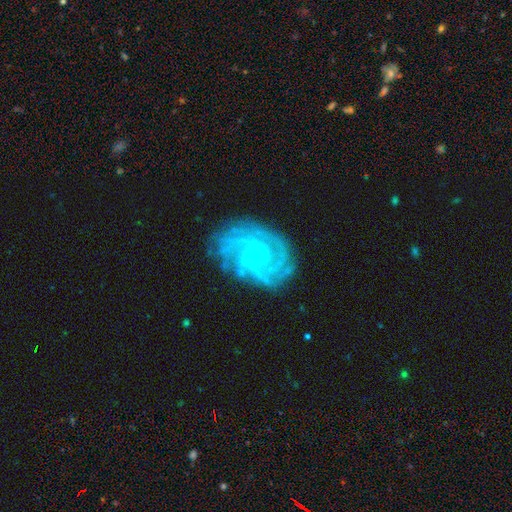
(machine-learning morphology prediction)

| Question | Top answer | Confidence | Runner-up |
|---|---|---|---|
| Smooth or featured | featured or disk | 91% | star or artifact (6%) |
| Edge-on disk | no | 98% | yes (2%) |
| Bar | no | 70% | weak (23%) |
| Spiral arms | yes | 99% | no (1%) |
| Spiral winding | tight | 80% | medium (17%) |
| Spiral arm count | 4 | 26% | 3 (24%) |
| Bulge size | small | 82% | moderate (14%) |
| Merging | none | 78% | minor disturbance (16%) |